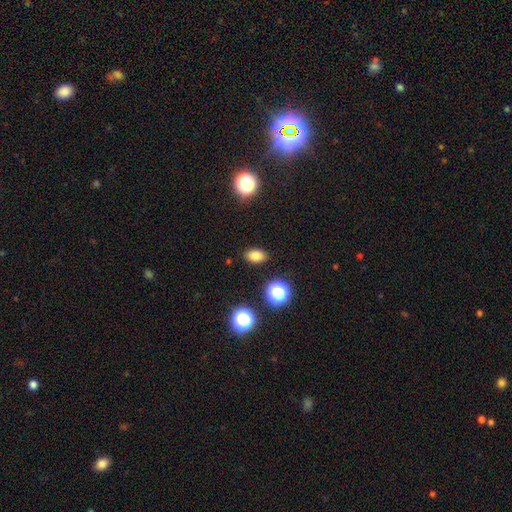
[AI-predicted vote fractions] Smooth or featured?
  - smooth: 81% *
  - star or artifact: 13%
  - featured or disk: 5%
How rounded?
  - in between: 84% *
  - round: 15%
  - cigar-shaped: 2%
Merging?
  - none: 88% *
  - minor disturbance: 8%
  - major disturbance: 2%
  - merger: 1%